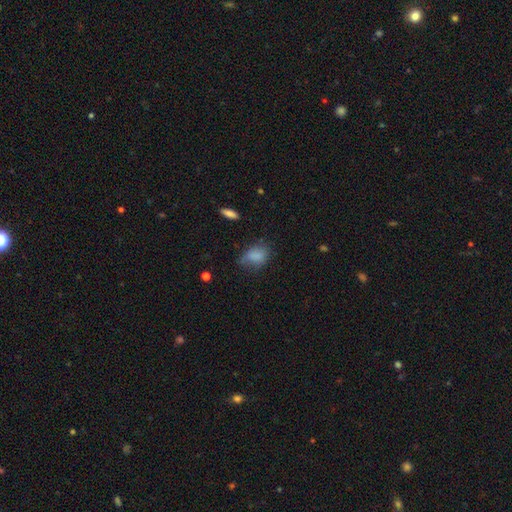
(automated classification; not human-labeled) Q: Smooth or featured?
A: smooth (81%); runner-up: star or artifact (10%)
Q: How rounded?
A: in between (78%); runner-up: round (20%)
Q: Merging?
A: none (49%); runner-up: minor disturbance (35%)